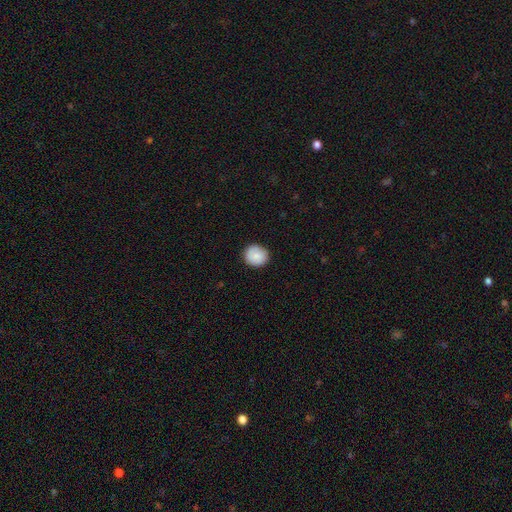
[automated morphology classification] This appears to be a smooth galaxy with no disk features (84%) that is round (90%). Merging: none (87%).